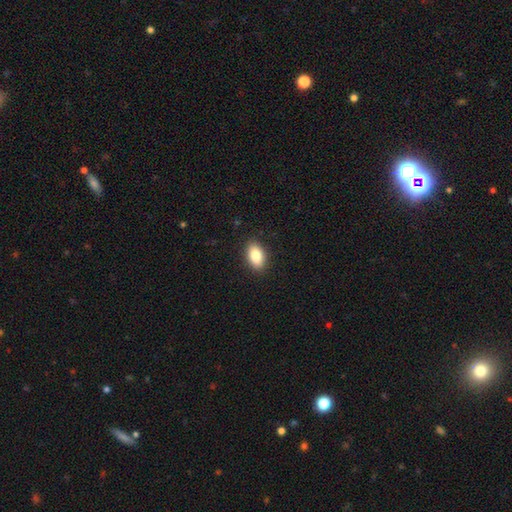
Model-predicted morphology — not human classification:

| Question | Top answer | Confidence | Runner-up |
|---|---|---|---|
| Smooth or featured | smooth | 85% | star or artifact (7%) |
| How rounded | in between | 91% | round (6%) |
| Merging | none | 89% | minor disturbance (8%) |